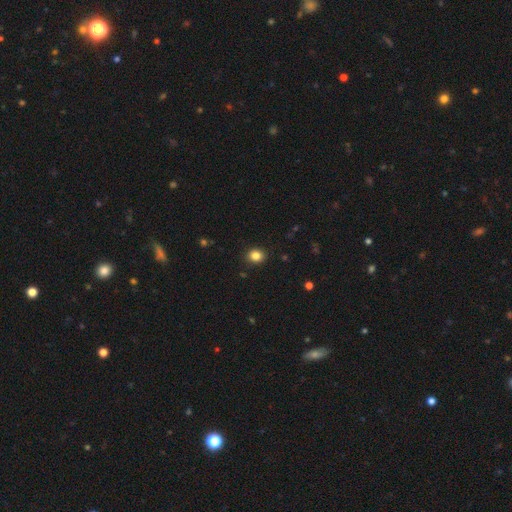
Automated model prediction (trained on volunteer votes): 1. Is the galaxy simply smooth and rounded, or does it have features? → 84% smooth, 11% star or artifact, 5% featured or disk.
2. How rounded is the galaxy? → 69% round, 31% in between, 1% cigar-shaped.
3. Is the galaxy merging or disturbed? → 90% none, 7% minor disturbance, 2% major disturbance, 1% merger.